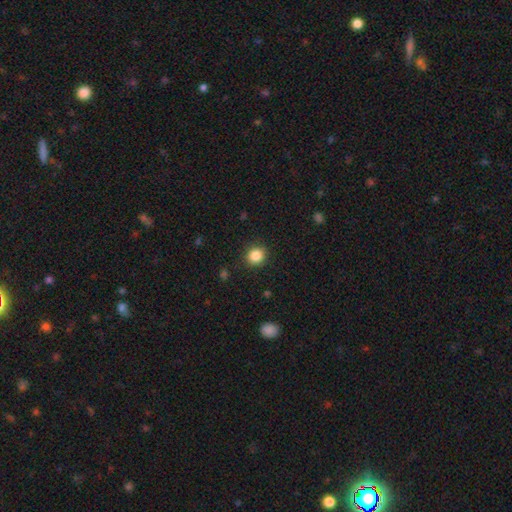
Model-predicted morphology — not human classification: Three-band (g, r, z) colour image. It shows a smooth galaxy with no disk features (86%) that is round (87%). Merging: none (90%).